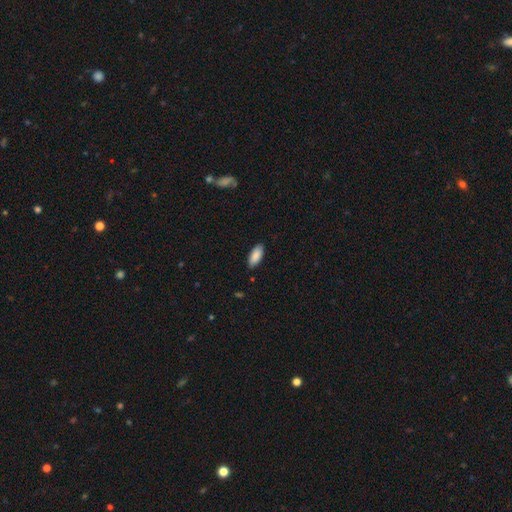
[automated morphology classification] Smooth or featured?
  - smooth: 88% *
  - star or artifact: 6%
  - featured or disk: 6%
How rounded?
  - in between: 88% *
  - cigar-shaped: 11%
  - round: 2%
Merging?
  - none: 86% *
  - minor disturbance: 11%
  - major disturbance: 2%
  - merger: 1%